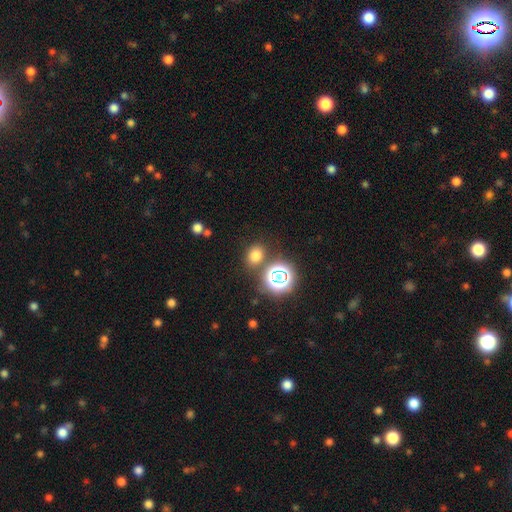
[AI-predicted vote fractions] Q: Smooth or featured?
A: smooth (69%); runner-up: star or artifact (24%)
Q: How rounded?
A: round (50%); runner-up: in between (49%)
Q: Merging?
A: none (80%); runner-up: minor disturbance (9%)